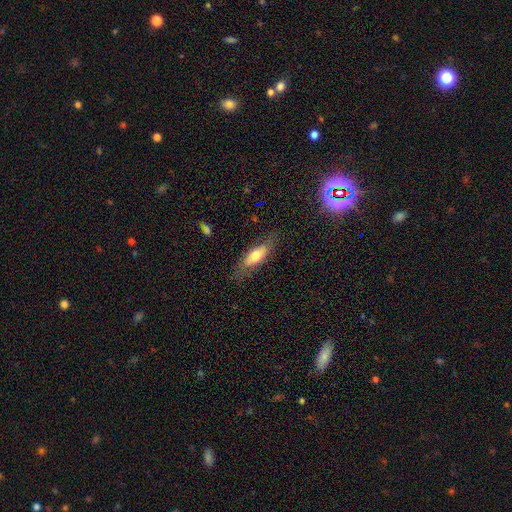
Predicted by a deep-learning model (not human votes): smooth-or-featured: smooth: 63% | featured or disk: 30% | star or artifact: 7%
  how-rounded: in between: 62% | cigar-shaped: 36% | round: 3%
  merging: none: 76% | minor disturbance: 17% | major disturbance: 6% | merger: 1%